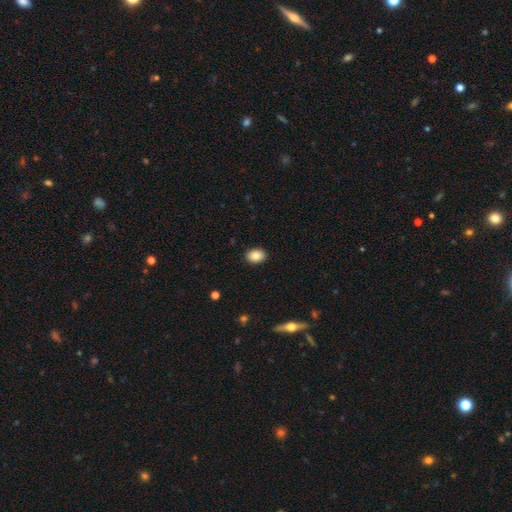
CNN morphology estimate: Smooth or featured? smooth (86%)
How rounded? in between (70%)
Merging? none (90%)